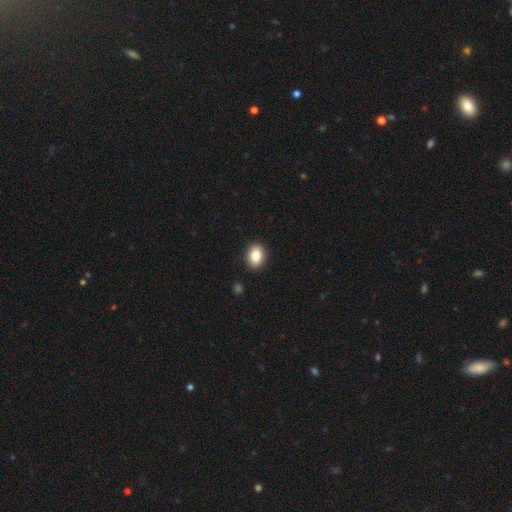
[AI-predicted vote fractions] Smooth or featured? smooth (85%)
How rounded? in between (70%)
Merging? none (91%)